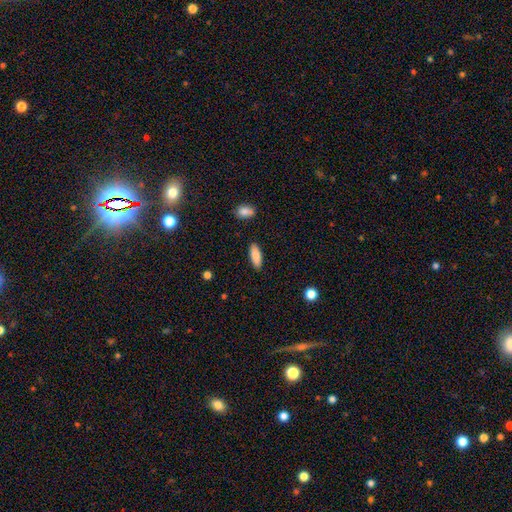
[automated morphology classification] Smooth or featured? smooth (87%)
How rounded? in between (66%)
Merging? none (88%)